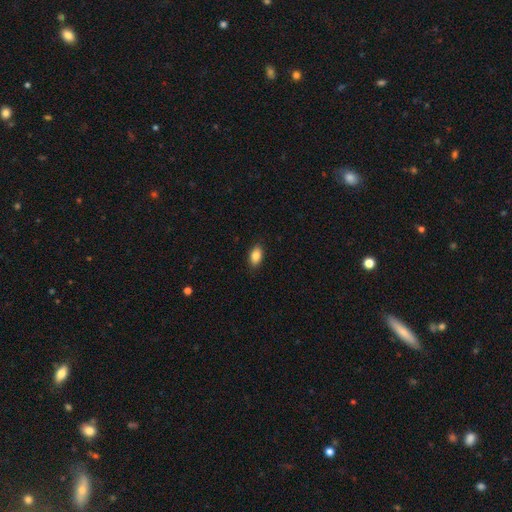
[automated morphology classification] A smooth galaxy with no disk features (86%) that is in between round and cigar-shaped (91%).

Vote fractions:
- Smooth or featured? smooth: 86% / star or artifact: 8% / featured or disk: 6%
- How rounded? in between: 91% / round: 6% / cigar-shaped: 2%
- Merging? none: 88% / minor disturbance: 9% / major disturbance: 2% / merger: 1%